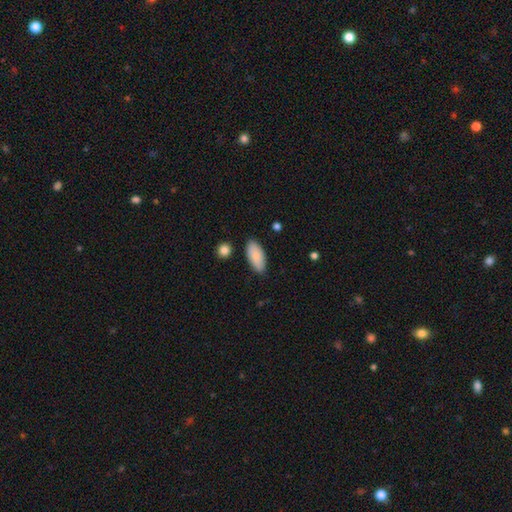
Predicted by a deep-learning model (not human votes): A smooth galaxy with no disk features (85%) that is in between round and cigar-shaped (91%).

Vote fractions:
- Smooth or featured? smooth: 85% / featured or disk: 9% / star or artifact: 6%
- How rounded? in between: 91% / cigar-shaped: 7% / round: 2%
- Merging? none: 84% / minor disturbance: 11% / major disturbance: 2% / merger: 2%